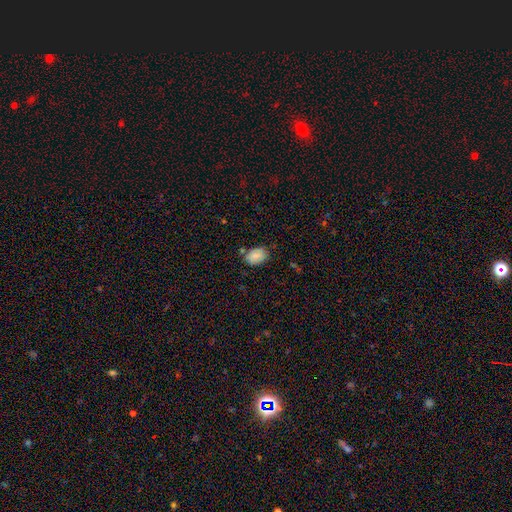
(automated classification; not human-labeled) This is clearly a smooth galaxy (84%). How rounded: clearly in between (85%). Merging: likely none (72%).